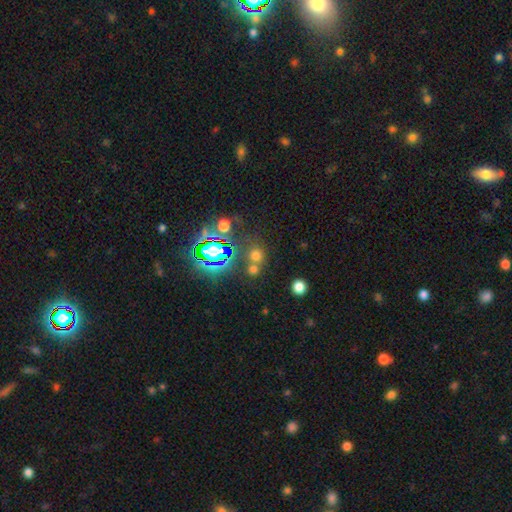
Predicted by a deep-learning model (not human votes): Smooth or featured?
  - smooth: 55% *
  - star or artifact: 36%
  - featured or disk: 9%
How rounded?
  - round: 85% *
  - in between: 14%
  - cigar-shaped: 1%
Merging?
  - none: 61% *
  - merger: 27%
  - minor disturbance: 8%
  - major disturbance: 4%